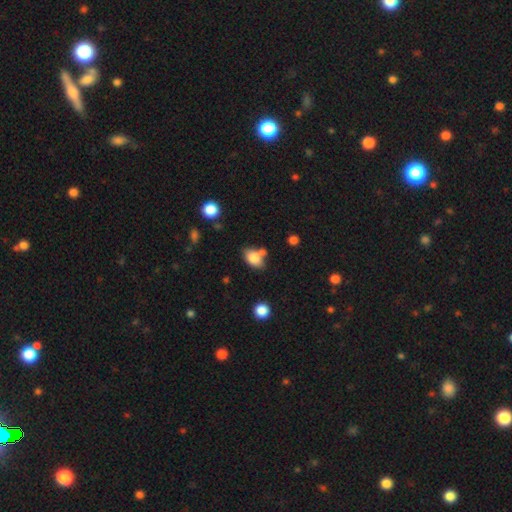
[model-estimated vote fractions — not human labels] The model was most divided on "merging": none: 56%, merger: 21%, minor disturbance: 18%, major disturbance: 5%. More confident: smooth or featured — smooth (82%); how rounded — in between (81%).